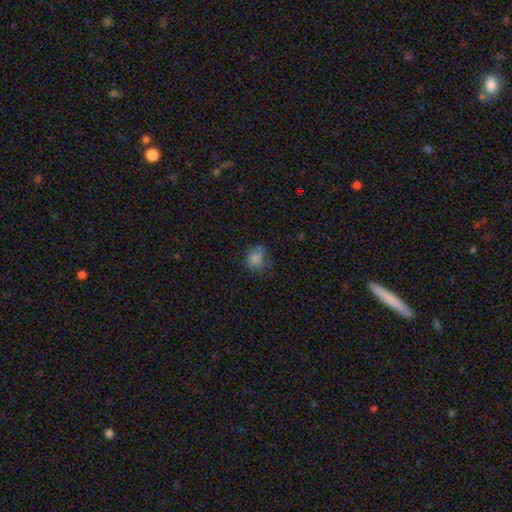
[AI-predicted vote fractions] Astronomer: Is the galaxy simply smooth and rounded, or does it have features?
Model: smooth — 73%.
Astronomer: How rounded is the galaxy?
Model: round — 70%.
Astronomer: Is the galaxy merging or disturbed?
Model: none — 61%.